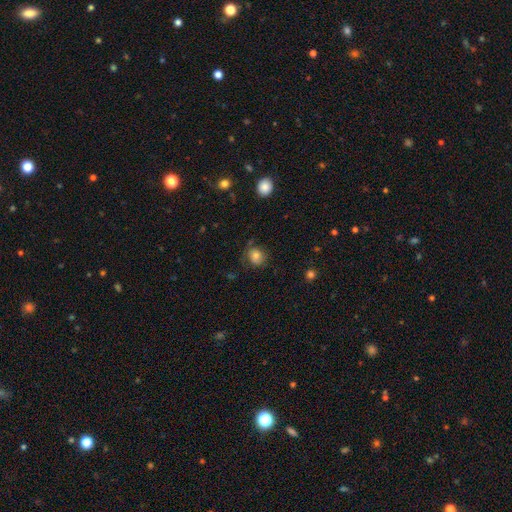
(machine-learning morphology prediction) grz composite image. It shows a smooth galaxy with no disk features (74%) that is round (74%). Merging: none (68%).